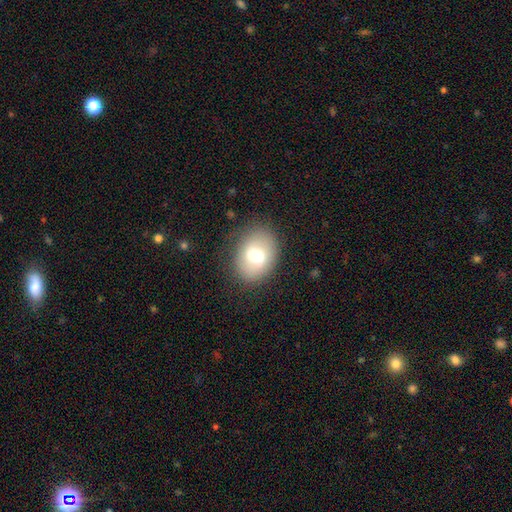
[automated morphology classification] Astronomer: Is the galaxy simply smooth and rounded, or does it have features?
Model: smooth — 64%.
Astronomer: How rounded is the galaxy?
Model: in between — 61% (runner-up: round, 38%).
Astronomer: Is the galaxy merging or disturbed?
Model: none — 77%.